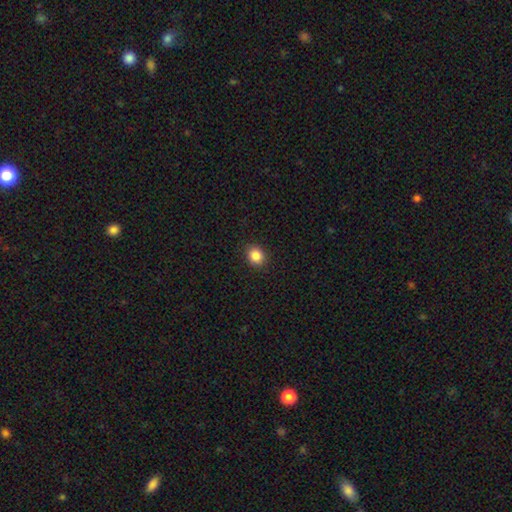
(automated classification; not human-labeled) Overall: smooth (86%). How rounded: round (69%; in between 30%). Merging: none (90%).